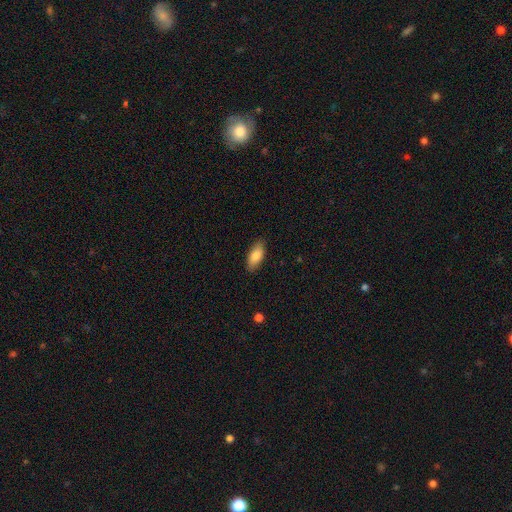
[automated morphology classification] A smooth galaxy with no disk features (84%) that is in between round and cigar-shaped (85%). Merging: none (86%).